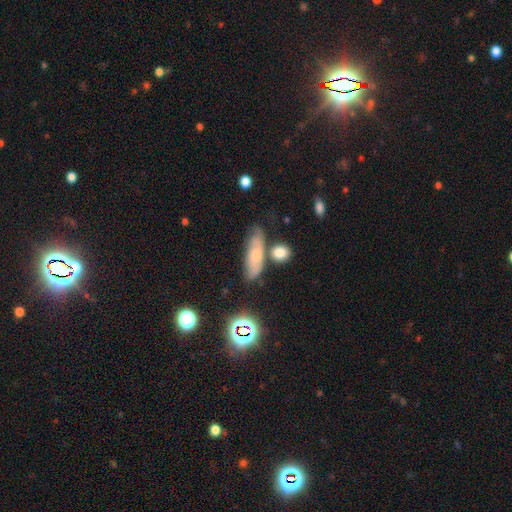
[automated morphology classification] Smooth or featured: smooth — 59% (featured or disk — 27%)
How rounded: in between — 57% (cigar-shaped — 35%)
Merging: none — 58% (minor disturbance — 21%)